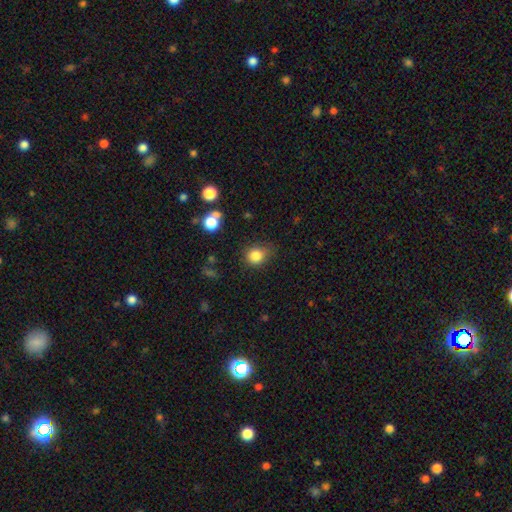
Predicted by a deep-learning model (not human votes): Overall: smooth (83%). How rounded: round (75%). Merging: none (68%).